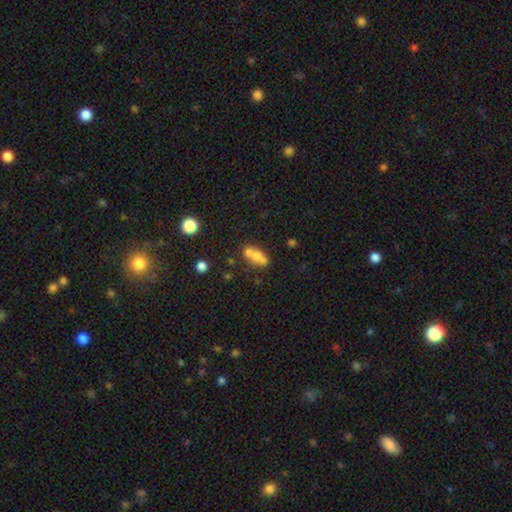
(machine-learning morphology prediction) Q: Smooth or featured?
A: smooth (56%); runner-up: featured or disk (31%)
Q: How rounded?
A: in between (55%); runner-up: round (41%)
Q: Merging?
A: merger (52%); runner-up: none (32%)